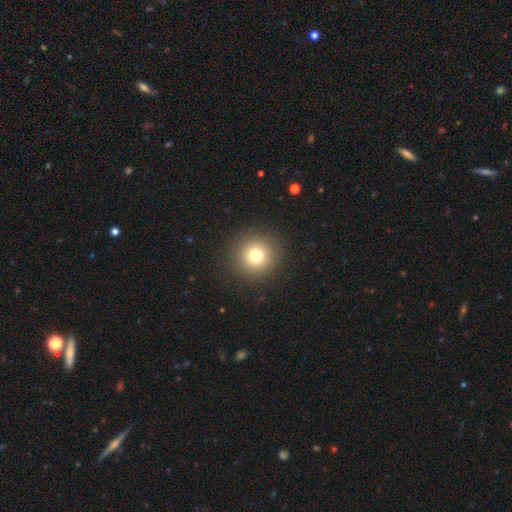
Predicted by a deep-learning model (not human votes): Smooth or featured: smooth — 77% (star or artifact — 14%)
How rounded: round — 95% (in between — 4%)
Merging: none — 91% (minor disturbance — 5%)